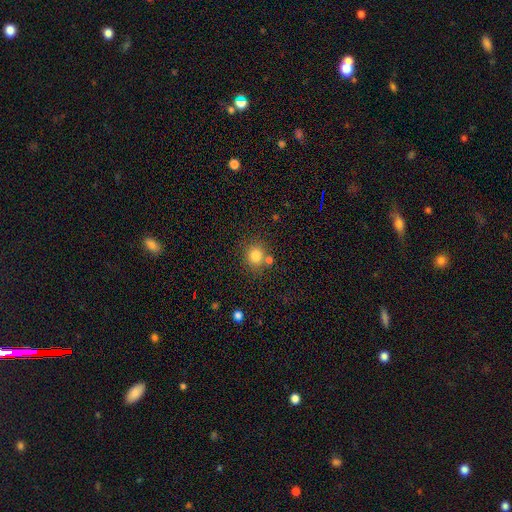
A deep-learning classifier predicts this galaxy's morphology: The model was most divided on "merging": none: 70%, merger: 16%, minor disturbance: 10%, major disturbance: 4%. More confident: smooth or featured — smooth (82%); how rounded — round (81%).